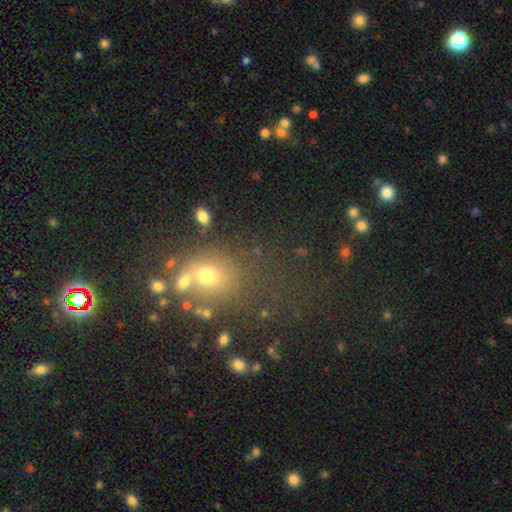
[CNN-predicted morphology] Smooth or featured: smooth — 45% (star or artifact — 41%)
Merging: none — 60% (minor disturbance — 16%)